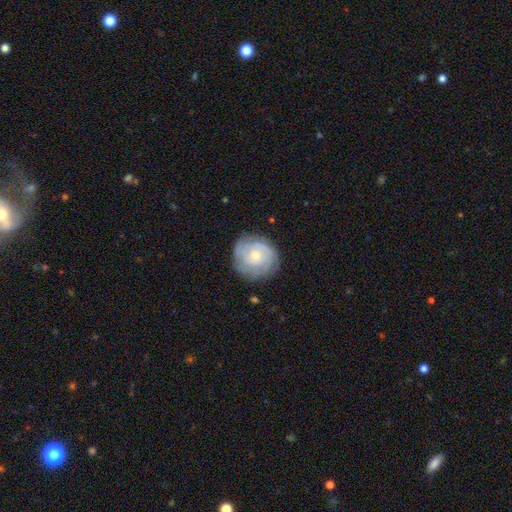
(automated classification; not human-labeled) Q: Smooth or featured?
A: featured or disk (58%); runner-up: smooth (36%)
Q: Edge-on disk?
A: no (97%); runner-up: yes (3%)
Q: Bar?
A: no (82%); runner-up: weak (16%)
Q: Spiral arms?
A: yes (78%); runner-up: no (22%)
Q: Bulge size?
A: small (63%); runner-up: moderate (32%)
Q: Merging?
A: none (76%); runner-up: minor disturbance (17%)